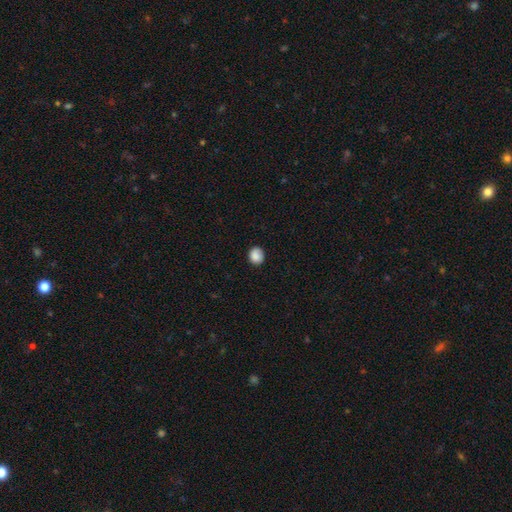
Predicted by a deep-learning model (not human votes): Morphology: type=smooth (85%); roundness=round (73%); merging=none (82%).